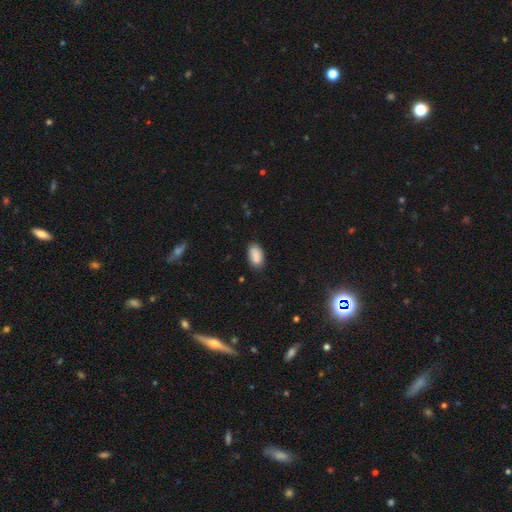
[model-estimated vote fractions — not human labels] The model was most divided on "merging": none: 77%, minor disturbance: 18%, major disturbance: 3%, merger: 2%. More confident: how rounded — in between (94%); smooth or featured — smooth (87%).